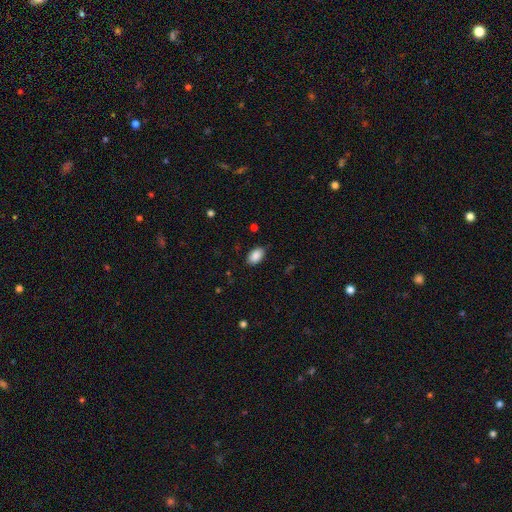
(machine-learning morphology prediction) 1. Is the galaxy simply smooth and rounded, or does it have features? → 89% smooth, 7% star or artifact, 4% featured or disk.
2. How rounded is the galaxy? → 92% in between, 7% round, 1% cigar-shaped.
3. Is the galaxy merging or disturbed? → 85% none, 11% minor disturbance, 3% major disturbance, 1% merger.